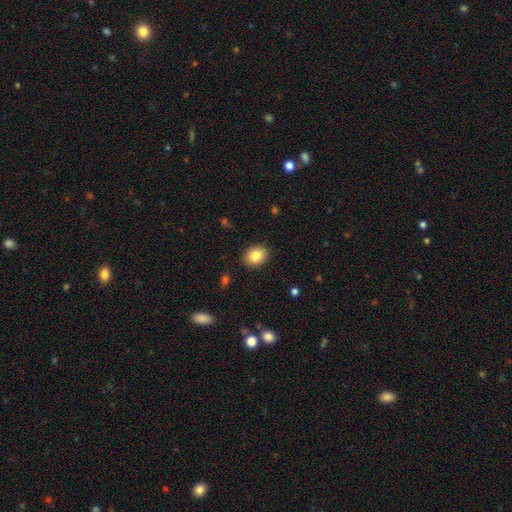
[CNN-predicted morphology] Q: Smooth or featured?
A: smooth (84%); runner-up: star or artifact (9%)
Q: How rounded?
A: round (50%); runner-up: in between (49%)
Q: Merging?
A: none (89%); runner-up: minor disturbance (8%)